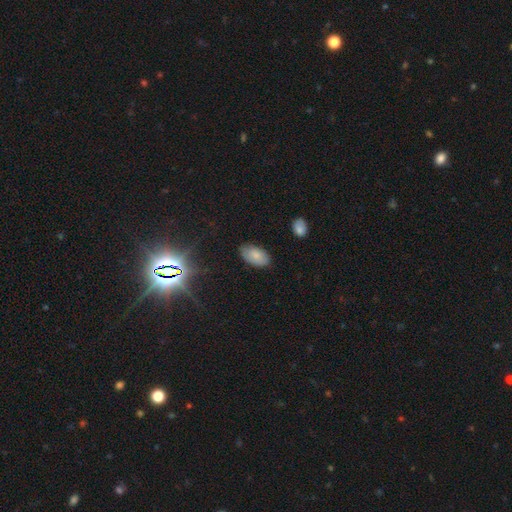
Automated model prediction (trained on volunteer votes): smooth_or_featured: smooth (p=0.83) [alt: featured or disk p=0.09]
how_rounded: in between (p=0.95) [alt: round p=0.04]
merging: none (p=0.81) [alt: minor disturbance p=0.15]